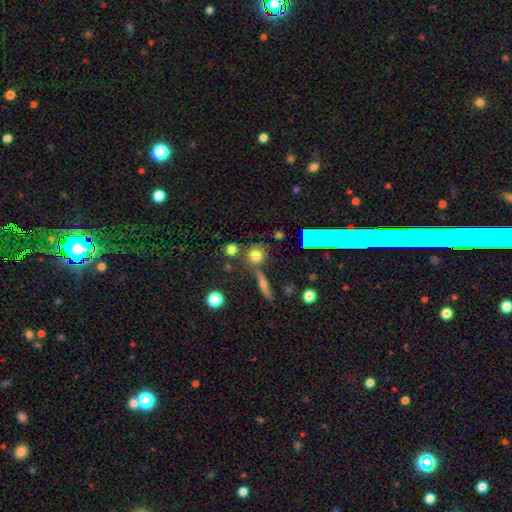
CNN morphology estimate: Smooth or featured? smooth (71%)
How rounded? round (84%)
Merging? none (67%)